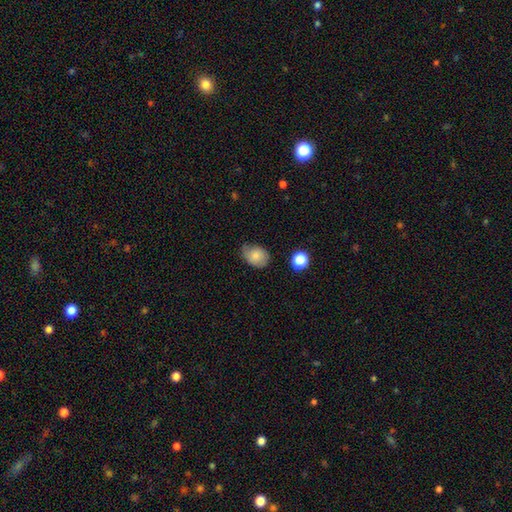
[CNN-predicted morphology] smooth_or_featured: smooth (p=0.73) [alt: featured or disk p=0.18]
how_rounded: in between (p=0.63) [alt: round p=0.36]
merging: none (p=0.55) [alt: minor disturbance p=0.35]